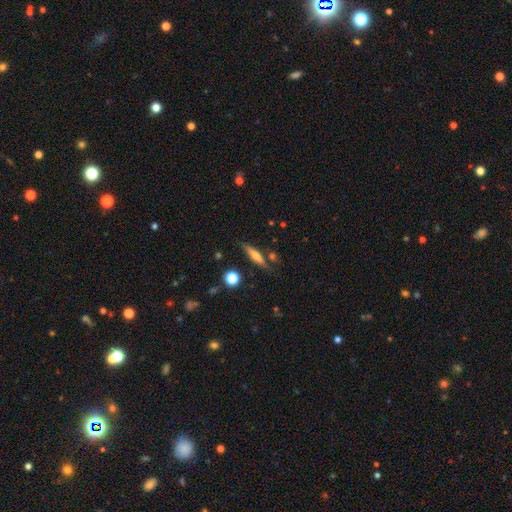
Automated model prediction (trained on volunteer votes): The model was most divided on "smooth or featured": smooth: 48%, featured or disk: 44%, star or artifact: 8%. More confident: merging — none (80%).